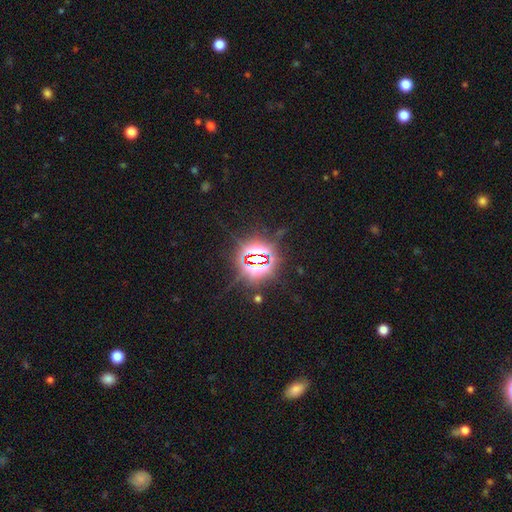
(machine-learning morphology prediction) A star or artifact, not a galaxy (82%).